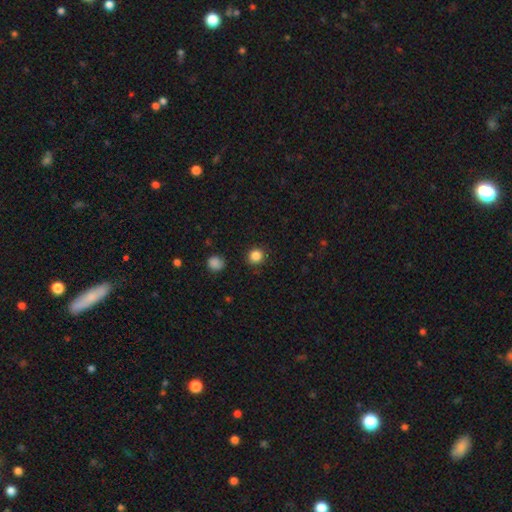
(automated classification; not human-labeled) smooth_or_featured: smooth (p=0.85) [alt: star or artifact p=0.11]
how_rounded: round (p=0.92) [alt: in between p=0.07]
merging: none (p=0.90) [alt: minor disturbance p=0.06]